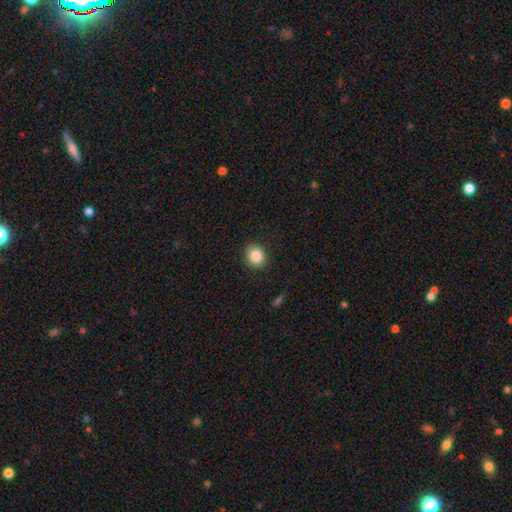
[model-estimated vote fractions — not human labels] Smooth or featured?
  - smooth: 86% *
  - star or artifact: 9%
  - featured or disk: 5%
How rounded?
  - round: 74% *
  - in between: 25%
  - cigar-shaped: 1%
Merging?
  - none: 88% *
  - minor disturbance: 8%
  - major disturbance: 2%
  - merger: 1%